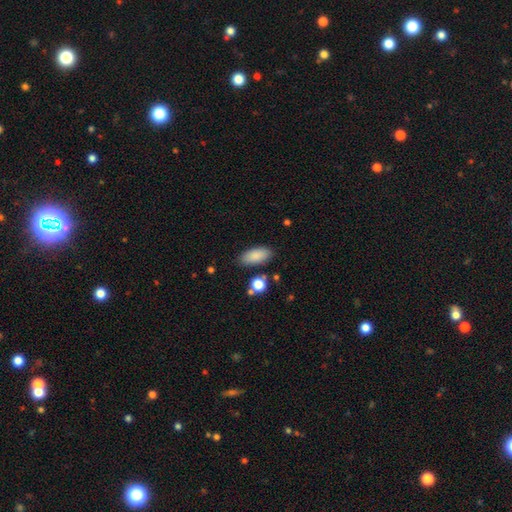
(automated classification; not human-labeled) Morphology: type=smooth (86%); roundness=in between (86%); merging=none (83%).